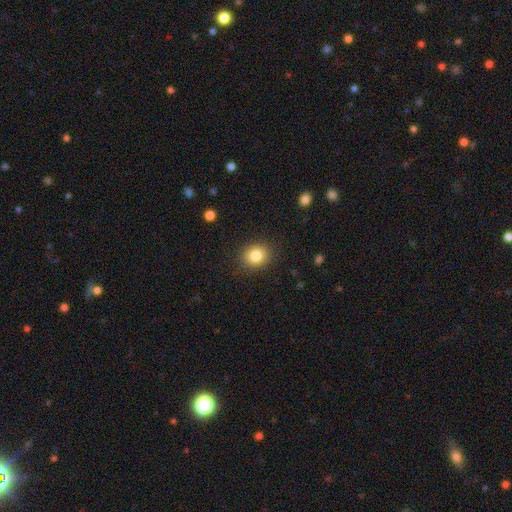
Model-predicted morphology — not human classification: A smooth galaxy with no disk features (82%) that is round (65%). Merging: none (87%).